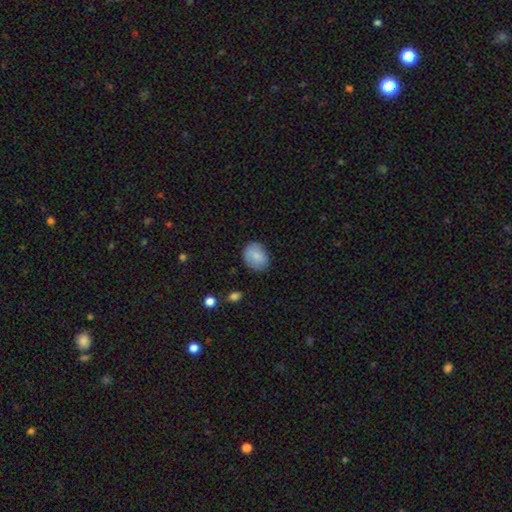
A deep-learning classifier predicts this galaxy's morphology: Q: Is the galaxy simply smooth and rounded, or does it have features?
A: smooth — 82%.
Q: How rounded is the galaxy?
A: in between — 59%.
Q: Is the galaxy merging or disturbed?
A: none — 79%.